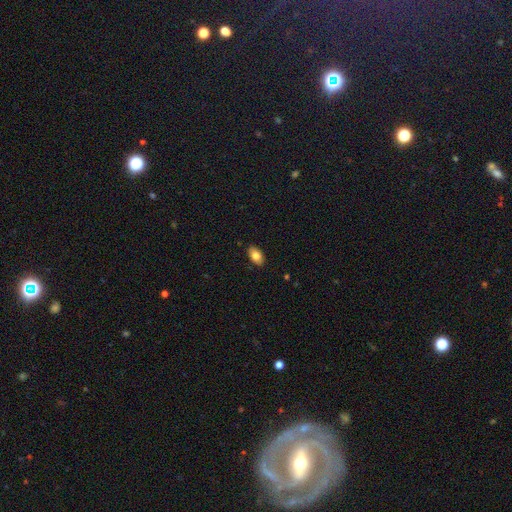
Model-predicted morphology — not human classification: Smooth or featured: smooth — 80% (featured or disk — 12%)
How rounded: in between — 92% (round — 5%)
Merging: none — 88% (minor disturbance — 9%)